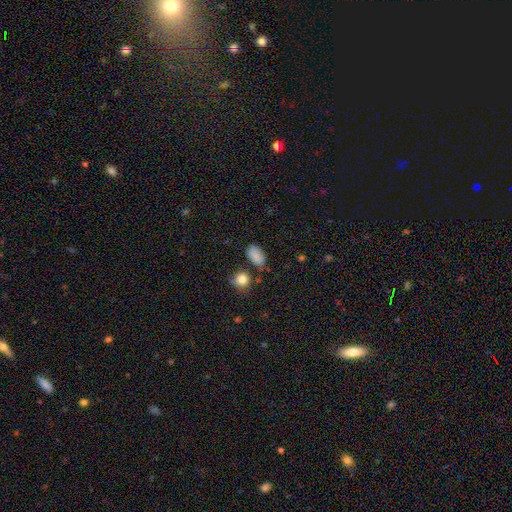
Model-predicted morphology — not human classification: smooth 84%, star or artifact 10%, featured or disk 5%. Down the decision tree: how rounded — in between (89%); merging — none (73%).